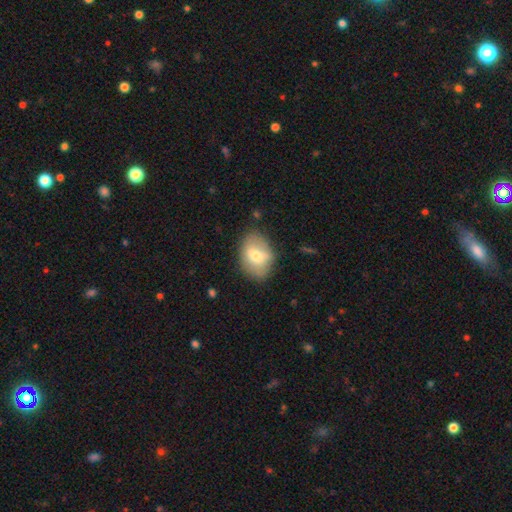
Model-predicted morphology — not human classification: Smooth or featured?
  - smooth: 65% *
  - featured or disk: 28%
  - star or artifact: 7%
How rounded?
  - in between: 75% *
  - round: 24%
  - cigar-shaped: 1%
Merging?
  - none: 72% *
  - minor disturbance: 19%
  - major disturbance: 6%
  - merger: 3%